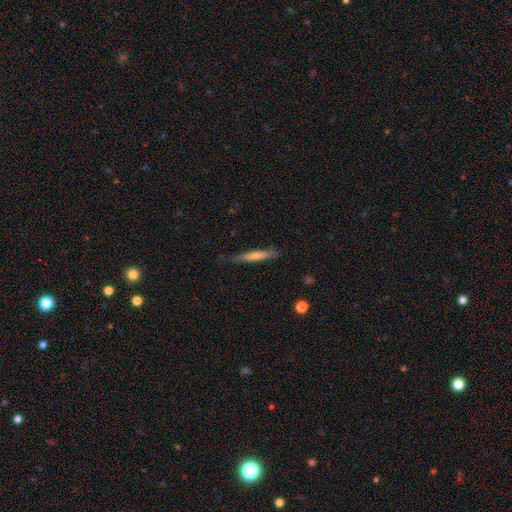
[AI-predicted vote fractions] Smooth or featured: smooth — 64% (featured or disk — 30%)
How rounded: cigar-shaped — 94% (in between — 5%)
Merging: none — 77% (minor disturbance — 18%)